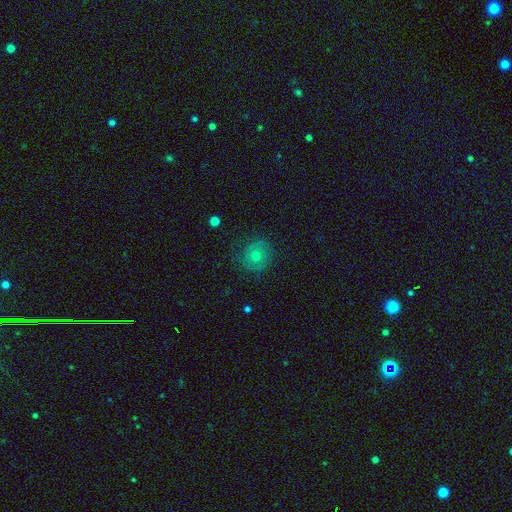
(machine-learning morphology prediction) This appears to be a smooth galaxy with no disk features (56%) that is round (85%). Merging: none (78%).